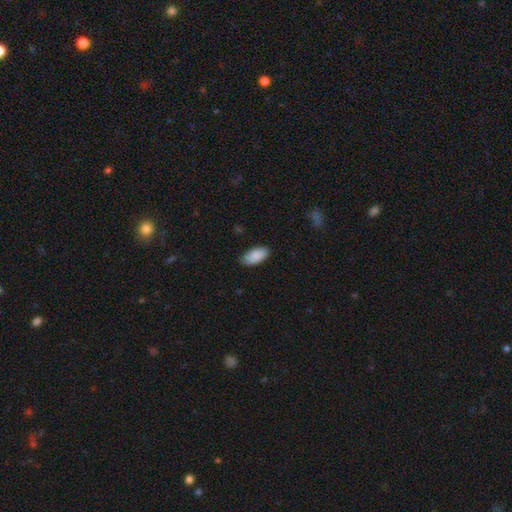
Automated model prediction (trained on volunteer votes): Smooth or featured?
  - smooth: 89% *
  - star or artifact: 6%
  - featured or disk: 5%
How rounded?
  - in between: 93% *
  - cigar-shaped: 5%
  - round: 2%
Merging?
  - none: 83% *
  - minor disturbance: 14%
  - major disturbance: 2%
  - merger: 1%